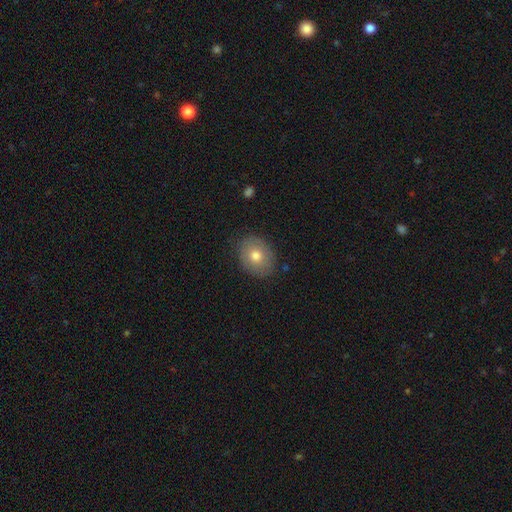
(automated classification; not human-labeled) Q: Smooth or featured?
A: smooth (73%); runner-up: featured or disk (19%)
Q: How rounded?
A: in between (50%); runner-up: round (49%)
Q: Merging?
A: none (83%); runner-up: minor disturbance (13%)